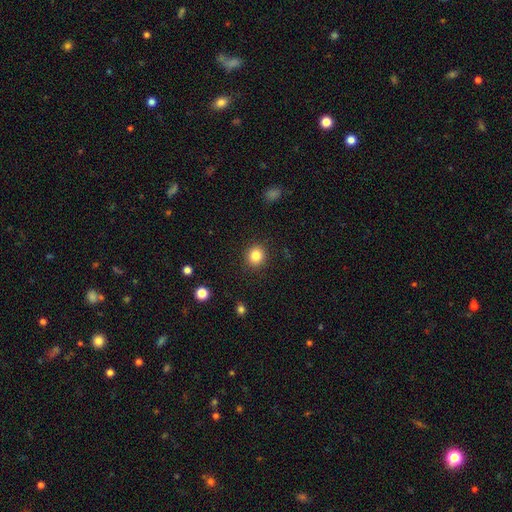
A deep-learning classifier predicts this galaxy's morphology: Q: Smooth or featured?
A: smooth (84%); runner-up: star or artifact (11%)
Q: How rounded?
A: round (86%); runner-up: in between (13%)
Q: Merging?
A: none (90%); runner-up: minor disturbance (6%)